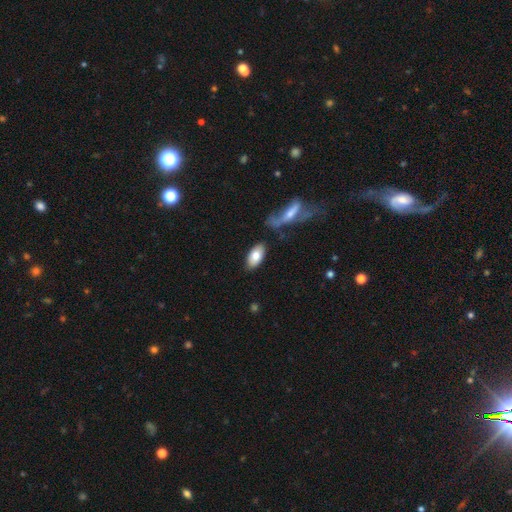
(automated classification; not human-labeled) smooth 77%, featured or disk 16%, star or artifact 6%. Down the decision tree: how rounded — in between (92%); merging — none (80%).